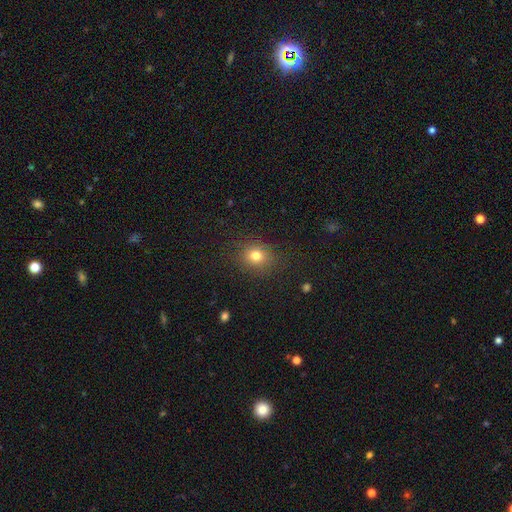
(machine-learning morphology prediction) A smooth galaxy with no disk features (77%) that is round (69%). Merging: none (85%).